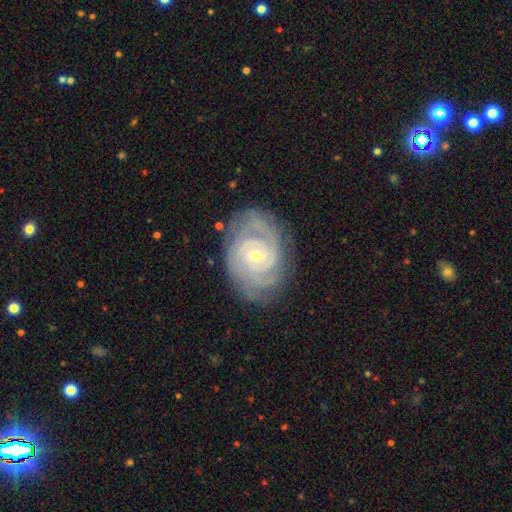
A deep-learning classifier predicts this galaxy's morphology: Smooth or featured? featured or disk (88%)
Edge-on disk? no (97%)
Bar? no (63%)
Spiral arms? yes (97%)
Spiral winding? tight (79%)
Spiral arm count? 2 (29%)
Bulge size? small (69%)
Merging? none (76%)